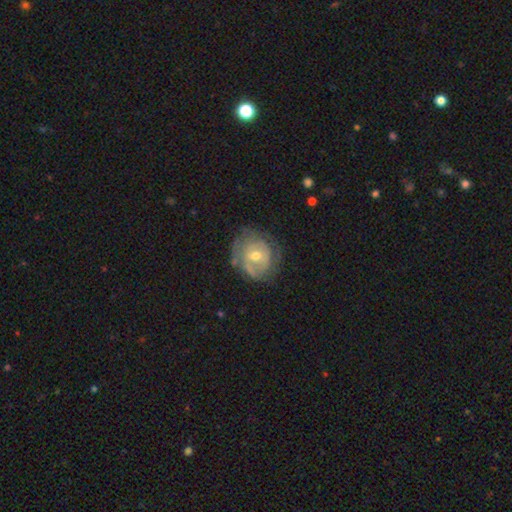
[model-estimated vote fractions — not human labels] A featured or disk galaxy (66%) with no bar (60%), spiral arms (67%) and a moderate central bulge (62%). Merging: none (58%).